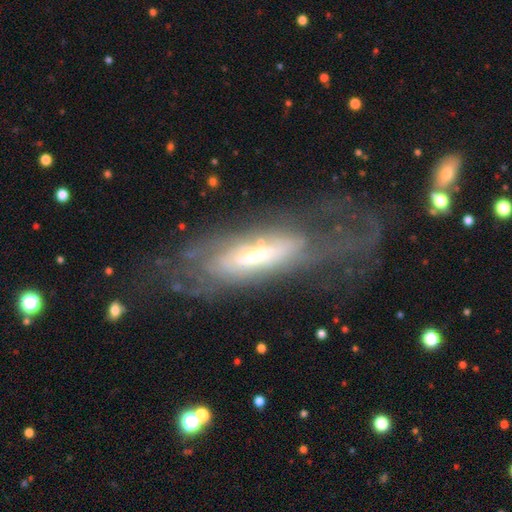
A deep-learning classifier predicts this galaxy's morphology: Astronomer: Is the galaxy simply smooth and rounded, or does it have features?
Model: featured or disk — 74%.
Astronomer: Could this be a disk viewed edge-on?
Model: no — 72%.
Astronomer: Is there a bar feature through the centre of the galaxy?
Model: no — 43% (runner-up: weak, 32%).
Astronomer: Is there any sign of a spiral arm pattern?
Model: yes — 74%.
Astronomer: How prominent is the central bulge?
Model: moderate — 41% (runner-up: small, 37%).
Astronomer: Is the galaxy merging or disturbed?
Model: none — 47% (runner-up: major disturbance, 30%).